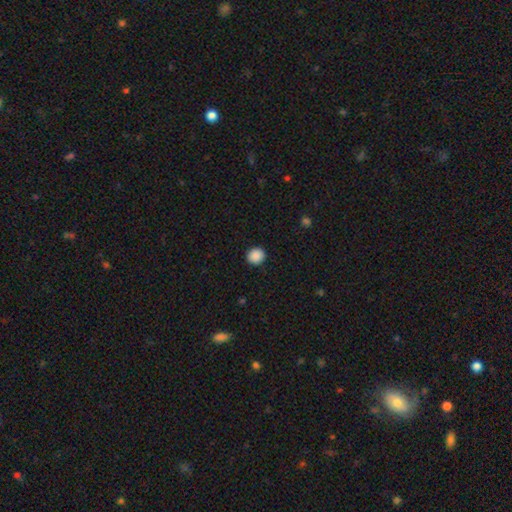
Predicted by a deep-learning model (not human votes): Smooth or featured? Predicted: smooth (p=0.89). How rounded? Predicted: round (p=0.85). Merging? Predicted: none (p=0.92).